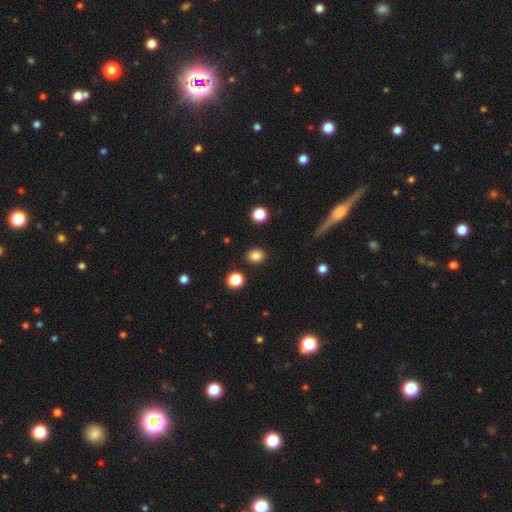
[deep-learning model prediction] Overall: smooth (85%). How rounded: round (54%; in between 45%). Merging: none (88%).